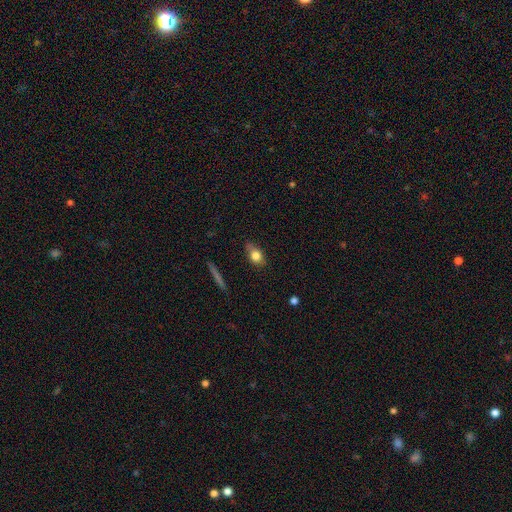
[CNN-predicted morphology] smooth 75%, featured or disk 16%, star or artifact 9%. Down the decision tree: how rounded — in between (64%); merging — none (64%).